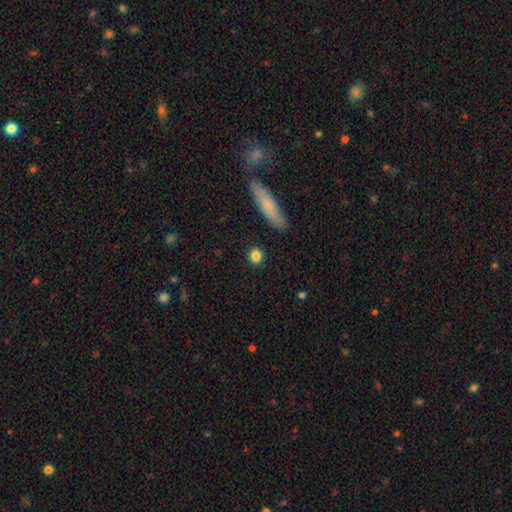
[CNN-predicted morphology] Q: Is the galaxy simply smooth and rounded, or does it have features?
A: smooth — 85%.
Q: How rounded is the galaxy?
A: round — 67%.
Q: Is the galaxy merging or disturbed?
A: none — 89%.